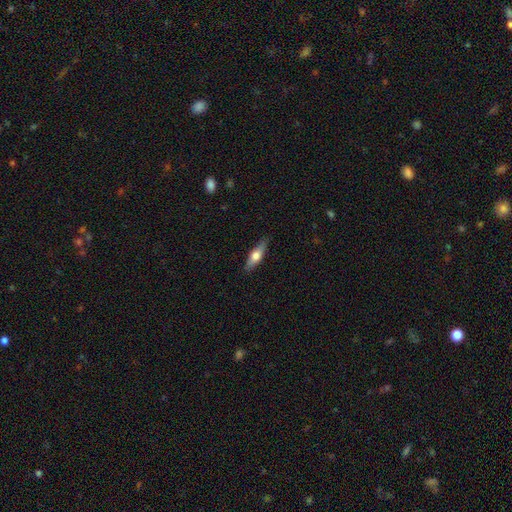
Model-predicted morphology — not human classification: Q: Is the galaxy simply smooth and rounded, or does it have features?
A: smooth — 54%.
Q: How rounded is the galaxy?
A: cigar-shaped — 52%.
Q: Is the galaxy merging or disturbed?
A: none — 86%.